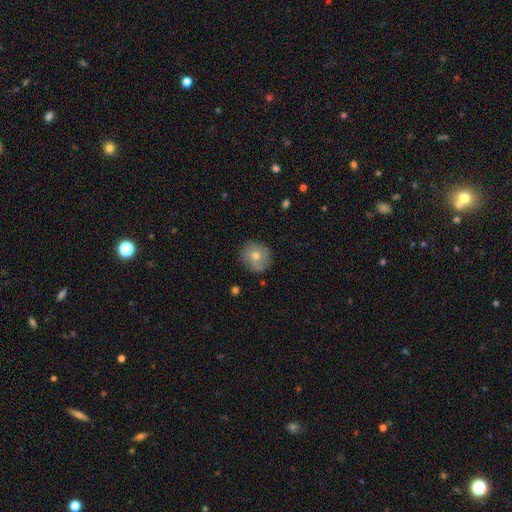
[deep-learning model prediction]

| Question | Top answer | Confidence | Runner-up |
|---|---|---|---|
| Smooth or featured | smooth | 57% | featured or disk (32%) |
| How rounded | round | 89% | in between (10%) |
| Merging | none | 82% | minor disturbance (14%) |